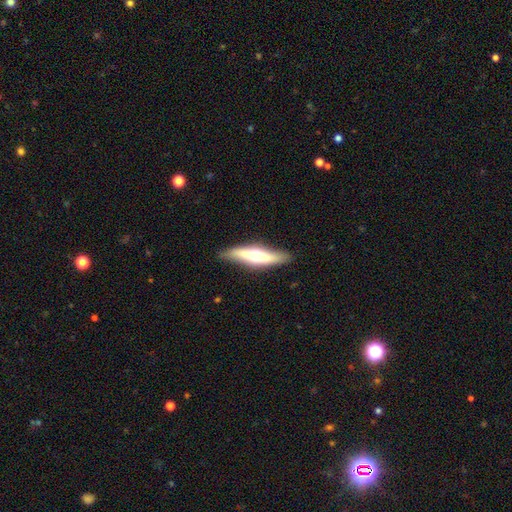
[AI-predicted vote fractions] Smooth or featured? featured or disk (56%)
Edge-on disk? yes (88%)
Merging? none (84%)